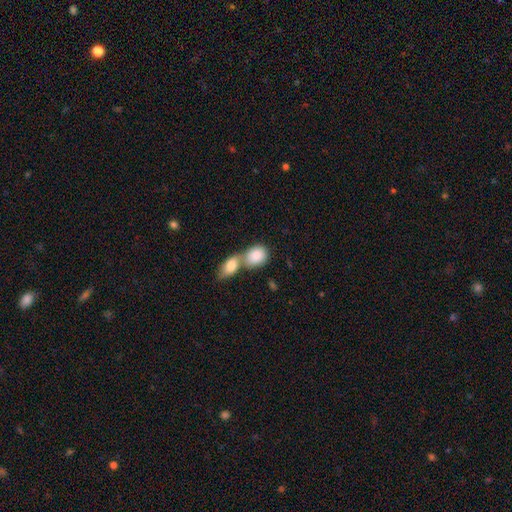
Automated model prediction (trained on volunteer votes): Smooth or featured? smooth (85%)
How rounded? in between (64%)
Merging? merger (66%)